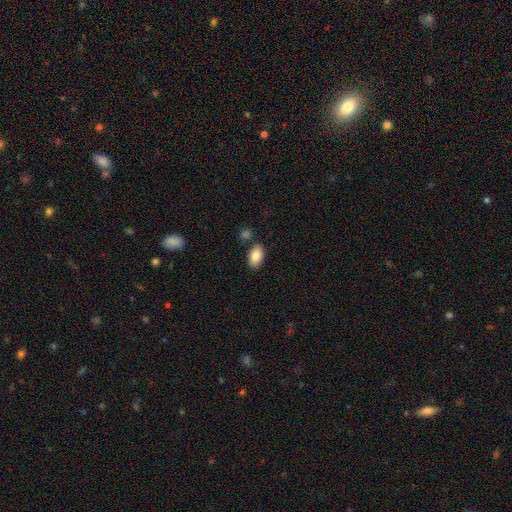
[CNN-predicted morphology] Smooth or featured?
  - smooth: 87% *
  - star or artifact: 7%
  - featured or disk: 6%
How rounded?
  - in between: 94% *
  - round: 5%
  - cigar-shaped: 2%
Merging?
  - none: 79% *
  - minor disturbance: 11%
  - merger: 7%
  - major disturbance: 3%